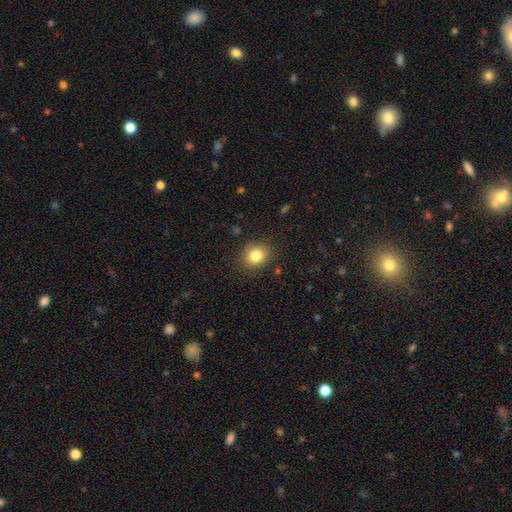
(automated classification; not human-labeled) Smooth or featured? Predicted: smooth (p=0.83). How rounded? Predicted: round (p=0.68). Merging? Predicted: none (p=0.84).